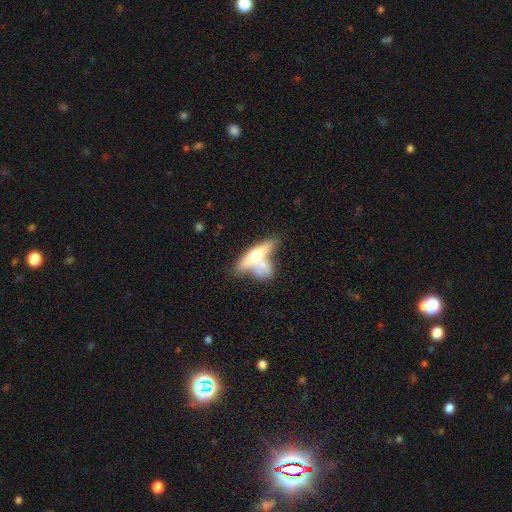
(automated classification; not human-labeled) smooth_or_featured: smooth (p=0.52) [alt: featured or disk p=0.42]
how_rounded: cigar-shaped (p=0.65) [alt: in between p=0.31]
merging: merger (p=0.49) [alt: none p=0.33]